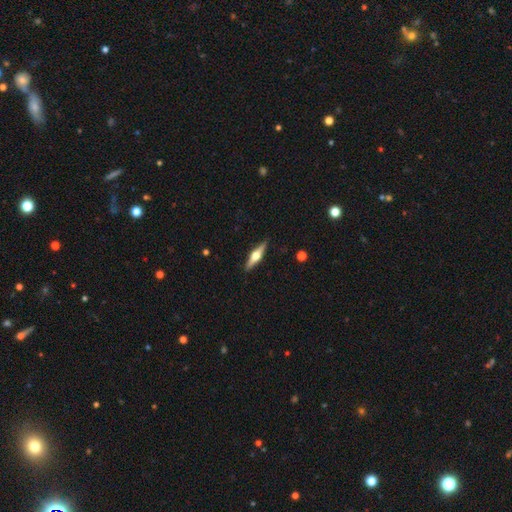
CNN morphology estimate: smooth_or_featured: featured or disk (p=0.68) [alt: smooth p=0.26]
disk_edge_on: yes (p=0.97) [alt: no p=0.03]
edge_on_bulge: rounded (p=0.95) [alt: boxy p=0.03]
merging: none (p=0.90) [alt: minor disturbance p=0.07]